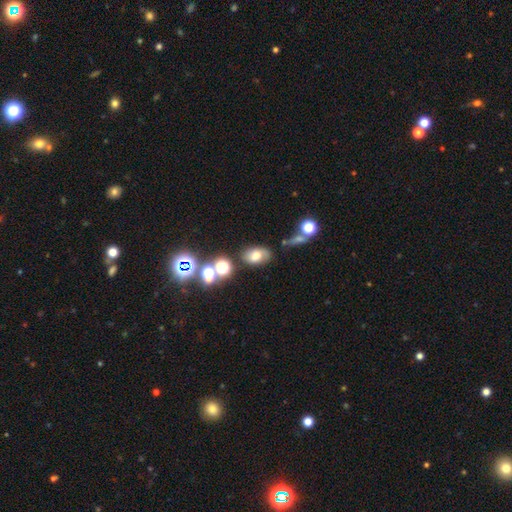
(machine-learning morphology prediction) A smooth galaxy with no disk features (59%) that is in between round and cigar-shaped (83%).

Vote fractions:
- Smooth or featured? smooth: 59% / featured or disk: 23% / star or artifact: 17%
- How rounded? in between: 83% / round: 15% / cigar-shaped: 1%
- Merging? none: 67% / minor disturbance: 17% / merger: 9% / major disturbance: 7%